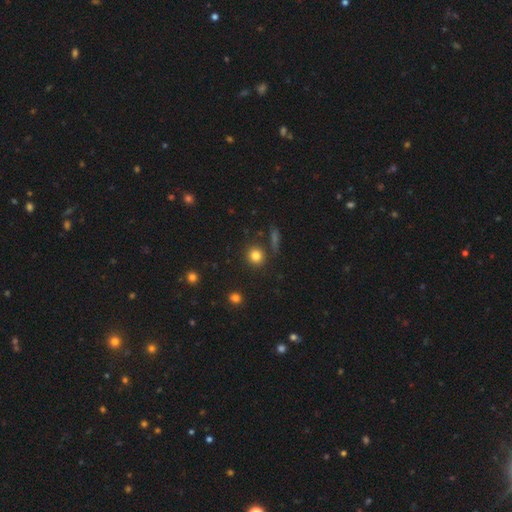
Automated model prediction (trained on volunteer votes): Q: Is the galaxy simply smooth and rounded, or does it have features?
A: smooth — 82%.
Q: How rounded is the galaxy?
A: round — 88%.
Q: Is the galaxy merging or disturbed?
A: none — 84%.